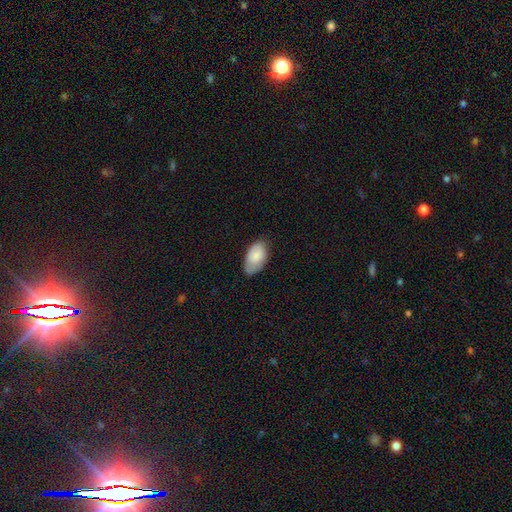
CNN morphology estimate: Smooth or featured?
  - smooth: 81% *
  - featured or disk: 13%
  - star or artifact: 6%
How rounded?
  - in between: 95% *
  - round: 3%
  - cigar-shaped: 2%
Merging?
  - none: 65% *
  - minor disturbance: 28%
  - major disturbance: 5%
  - merger: 1%